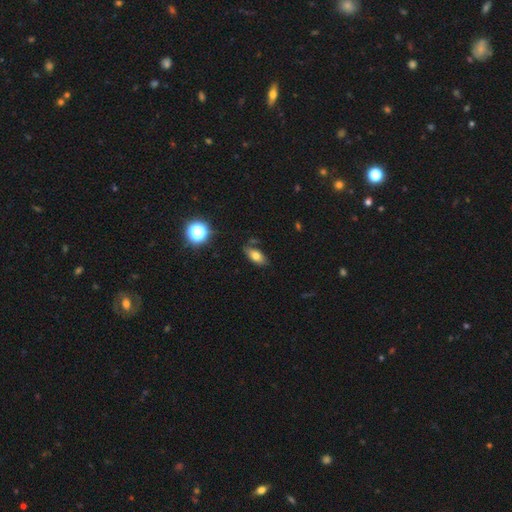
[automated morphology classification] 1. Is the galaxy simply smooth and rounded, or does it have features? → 72% smooth, 16% featured or disk, 12% star or artifact.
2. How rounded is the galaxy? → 86% in between, 8% cigar-shaped, 6% round.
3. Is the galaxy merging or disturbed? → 76% none, 17% minor disturbance, 4% major disturbance, 3% merger.